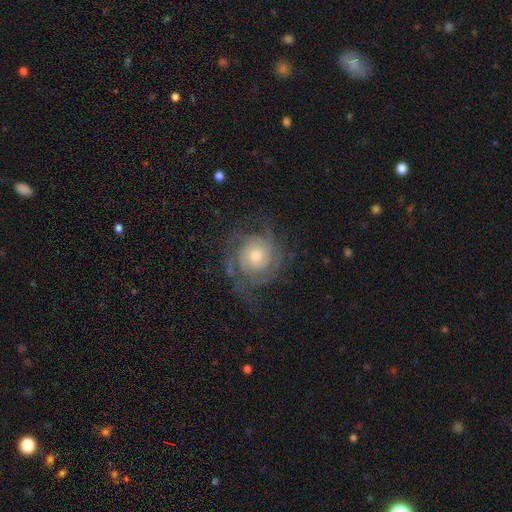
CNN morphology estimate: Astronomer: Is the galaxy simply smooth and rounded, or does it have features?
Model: featured or disk — 82%.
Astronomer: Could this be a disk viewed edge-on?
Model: no — 97%.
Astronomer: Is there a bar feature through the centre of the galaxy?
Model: no — 79%.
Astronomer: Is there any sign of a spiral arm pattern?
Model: yes — 94%.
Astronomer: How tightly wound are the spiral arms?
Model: tight — 66%.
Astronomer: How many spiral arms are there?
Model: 2 — 30% (runner-up: can't tell, 29%).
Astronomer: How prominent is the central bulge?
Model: moderate — 58%.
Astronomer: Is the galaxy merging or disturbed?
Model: none — 69%.